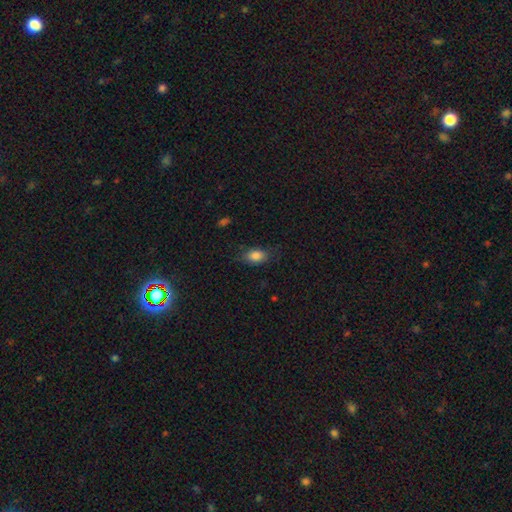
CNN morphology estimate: The model was most divided on "merging": none: 75%, minor disturbance: 18%, major disturbance: 5%, merger: 1%. More confident: smooth or featured — smooth (85%); how rounded — in between (83%).